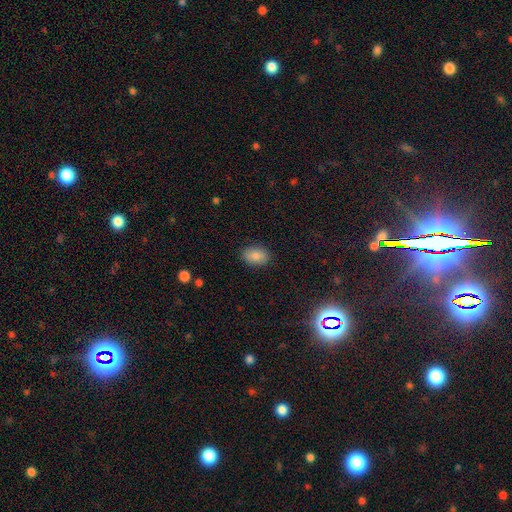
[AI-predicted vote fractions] smooth_or_featured: smooth (p=0.85) [alt: star or artifact p=0.09]
how_rounded: in between (p=0.81) [alt: round p=0.18]
merging: none (p=0.87) [alt: minor disturbance p=0.09]